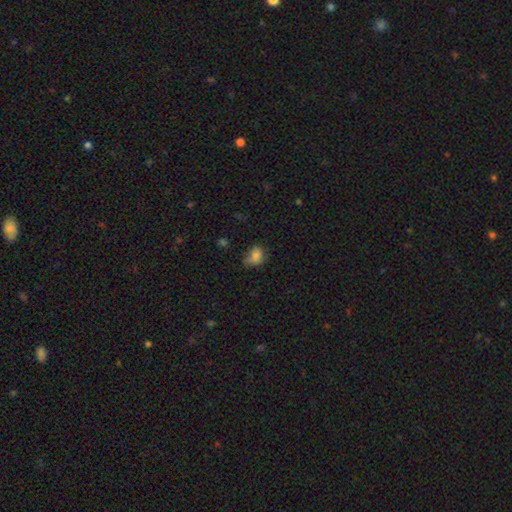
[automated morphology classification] Smooth or featured?
  - smooth: 78% *
  - star or artifact: 12%
  - featured or disk: 10%
How rounded?
  - in between: 53% *
  - round: 46%
  - cigar-shaped: 1%
Merging?
  - none: 48% *
  - minor disturbance: 37%
  - major disturbance: 12%
  - merger: 3%